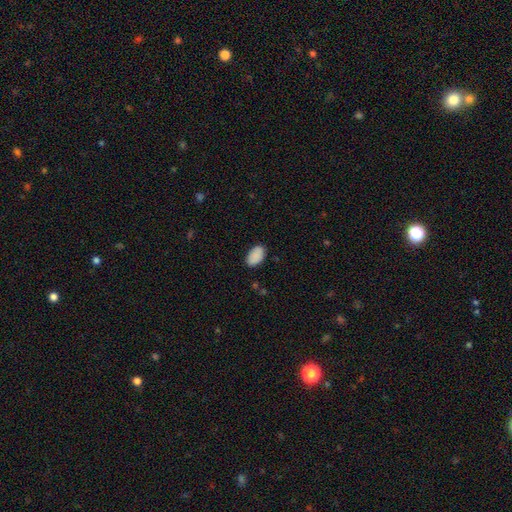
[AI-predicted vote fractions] smooth 88%, star or artifact 7%, featured or disk 5%. Down the decision tree: how rounded — in between (93%); merging — none (82%).